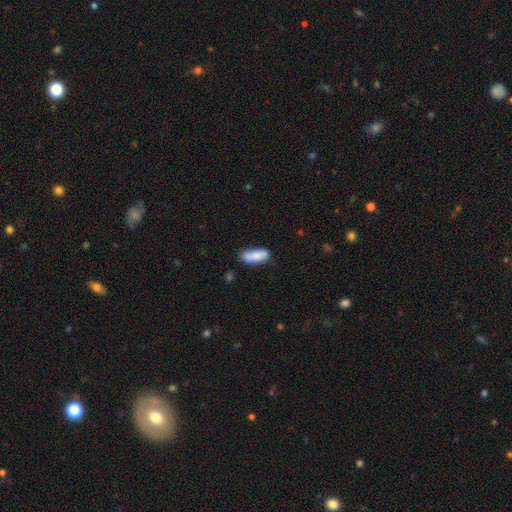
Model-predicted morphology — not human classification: This is clearly a smooth galaxy (85%). How rounded: likely in between (74%). Merging: likely none (70%).